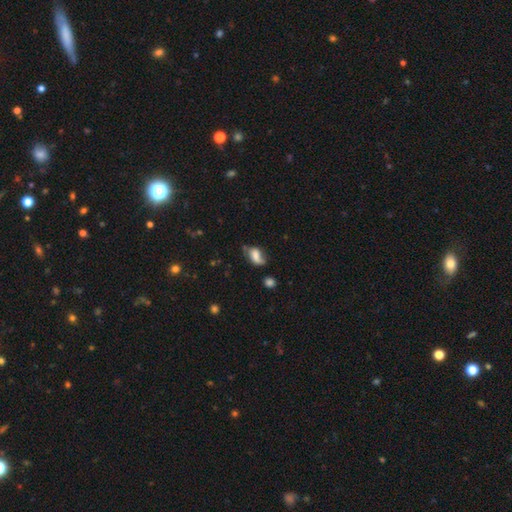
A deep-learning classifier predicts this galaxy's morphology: Smooth or featured?
  - smooth: 63% *
  - featured or disk: 26%
  - star or artifact: 11%
How rounded?
  - in between: 85% *
  - round: 11%
  - cigar-shaped: 4%
Merging?
  - none: 38% *
  - minor disturbance: 33%
  - major disturbance: 20%
  - merger: 10%